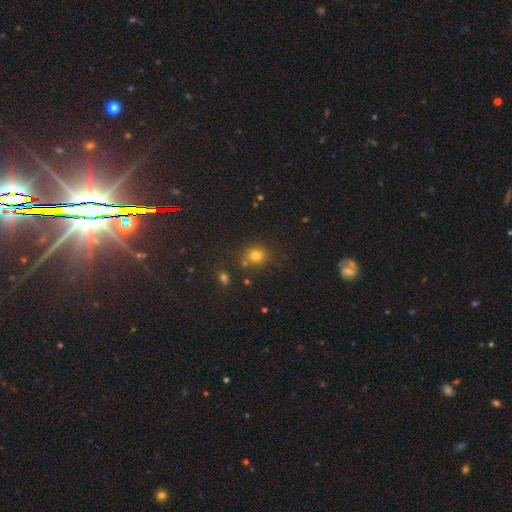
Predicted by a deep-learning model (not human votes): Smooth or featured? Predicted: smooth (p=0.77). How rounded? Predicted: round (p=0.82). Merging? Predicted: none (p=0.76).